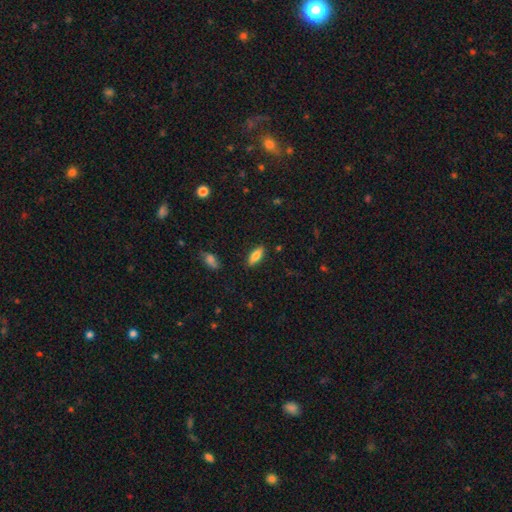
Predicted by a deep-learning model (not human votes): This appears to be a smooth galaxy with no disk features (74%) that is in between round and cigar-shaped (70%). Merging: none (87%).